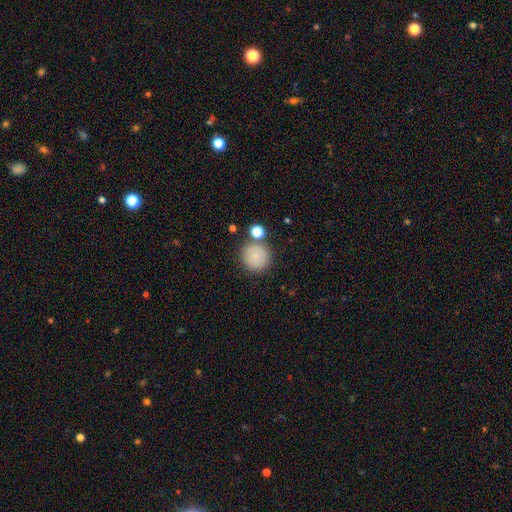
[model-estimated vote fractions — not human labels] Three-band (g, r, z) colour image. It shows a smooth galaxy with no disk features (80%) that is round (94%). Merging: none (79%).